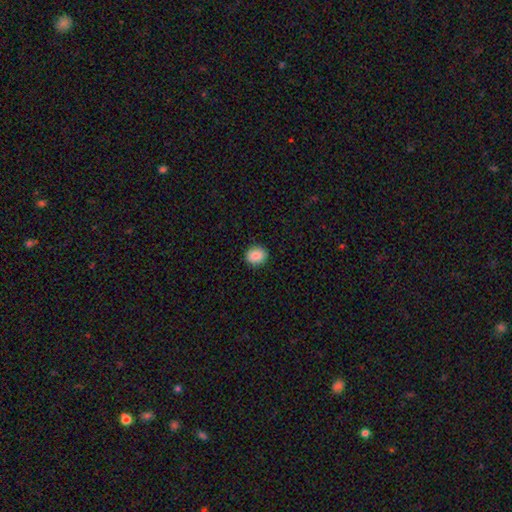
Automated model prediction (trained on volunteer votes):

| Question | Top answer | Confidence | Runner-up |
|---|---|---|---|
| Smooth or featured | smooth | 88% | star or artifact (8%) |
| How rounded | round | 64% | in between (35%) |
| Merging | none | 90% | minor disturbance (7%) |